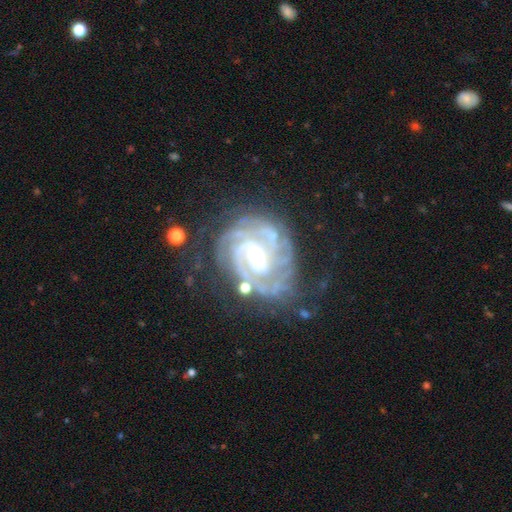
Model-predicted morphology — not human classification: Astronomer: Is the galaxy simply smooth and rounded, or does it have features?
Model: featured or disk — 91%.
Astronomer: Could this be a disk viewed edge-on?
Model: no — 98%.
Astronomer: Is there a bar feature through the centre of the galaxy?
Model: no — 54% (runner-up: weak, 33%).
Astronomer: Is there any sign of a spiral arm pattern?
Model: yes — 98%.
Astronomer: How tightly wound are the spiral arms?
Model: tight — 73%.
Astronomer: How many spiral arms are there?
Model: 3 — 25% (runner-up: 2, 24%).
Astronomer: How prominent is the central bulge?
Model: small — 62%.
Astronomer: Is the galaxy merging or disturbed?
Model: none — 66%.